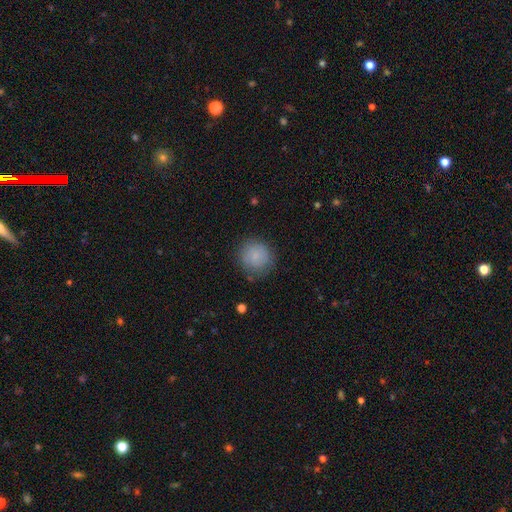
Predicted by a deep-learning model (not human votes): Smooth or featured?
  - smooth: 82% *
  - featured or disk: 10%
  - star or artifact: 8%
How rounded?
  - round: 90% *
  - in between: 9%
  - cigar-shaped: 1%
Merging?
  - none: 78% *
  - minor disturbance: 16%
  - major disturbance: 5%
  - merger: 2%